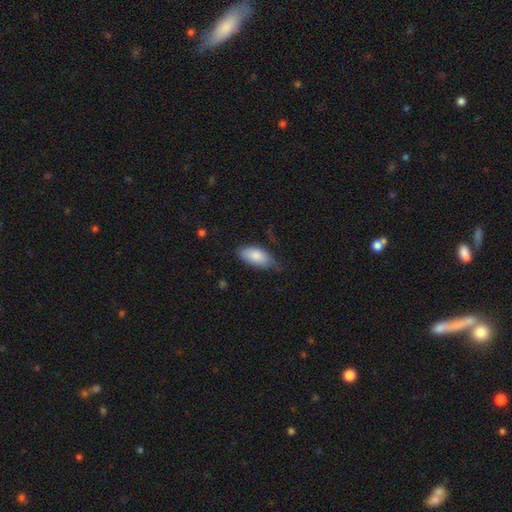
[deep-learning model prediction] smooth 84%, featured or disk 10%, star or artifact 6%. Down the decision tree: how rounded — in between (91%); merging — none (59%).